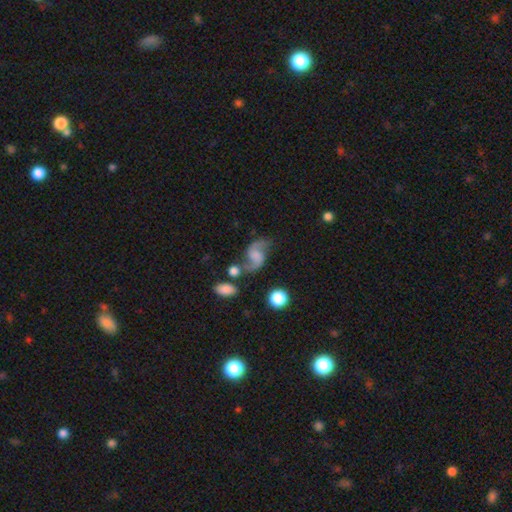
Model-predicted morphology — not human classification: A featured or disk galaxy (81%) with no bar (51%), 2 (93%) loose (67%) spiral arms (96%) and no central bulge (42%). Merging: none (62%).